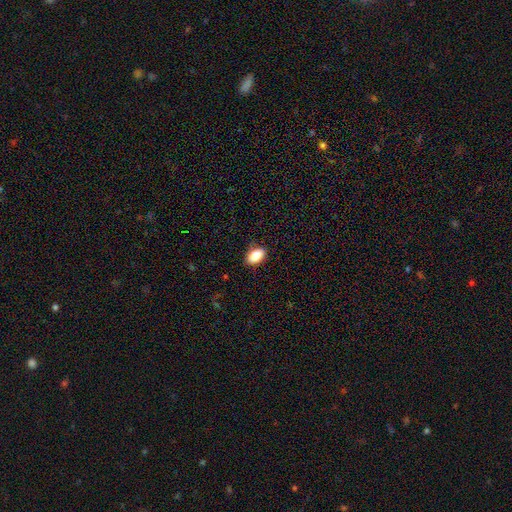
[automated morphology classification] A smooth galaxy with no disk features (83%) that is in between round and cigar-shaped (90%). Merging: none (85%).